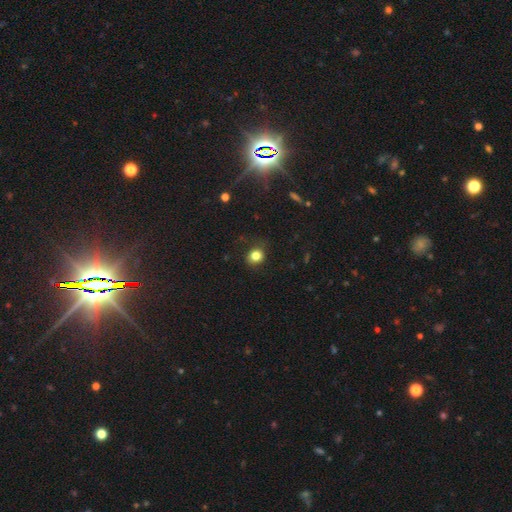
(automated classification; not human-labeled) This appears to be a smooth galaxy with no disk features (82%) that is round (74%). Merging: none (81%).